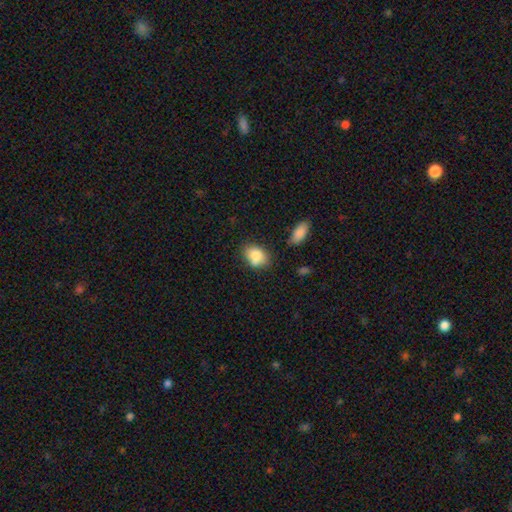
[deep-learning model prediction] A smooth galaxy with no disk features (82%) that is in between round and cigar-shaped (72%). Merging: none (60%).